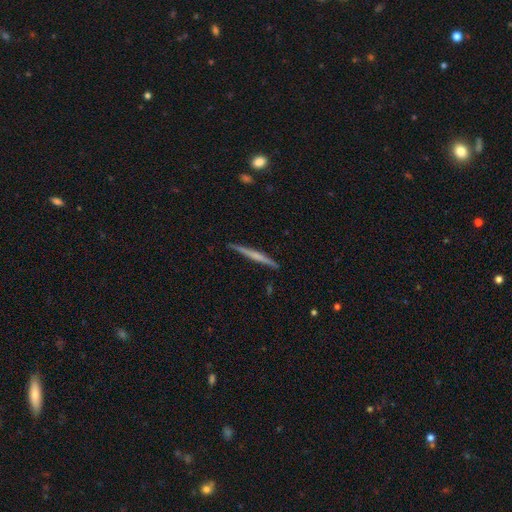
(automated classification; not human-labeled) featured or disk 60%, smooth 34%, star or artifact 5%. Down the decision tree: edge-on disk — yes (98%); edge-on bulge — none (55%); merging — none (90%).